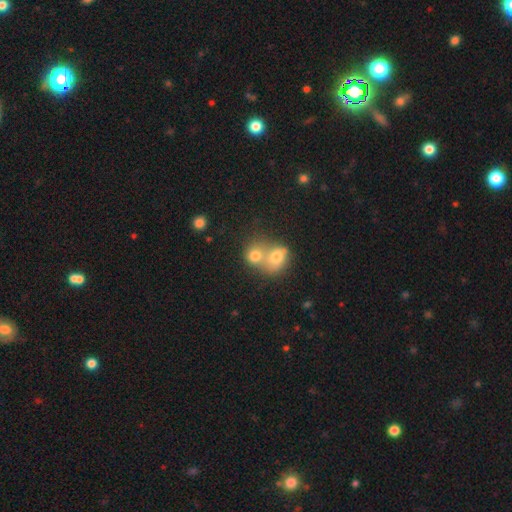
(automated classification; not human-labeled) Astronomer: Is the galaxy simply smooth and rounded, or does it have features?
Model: smooth — 61%.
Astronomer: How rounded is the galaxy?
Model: round — 71%.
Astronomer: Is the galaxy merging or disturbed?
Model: merger — 66%.